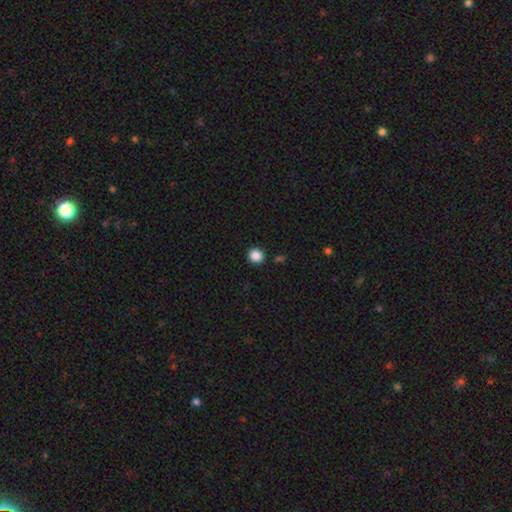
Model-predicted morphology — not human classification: The model was most divided on "how rounded": round: 88%, in between: 11%, cigar-shaped: 1%. More confident: merging — none (89%); smooth or featured — smooth (87%).